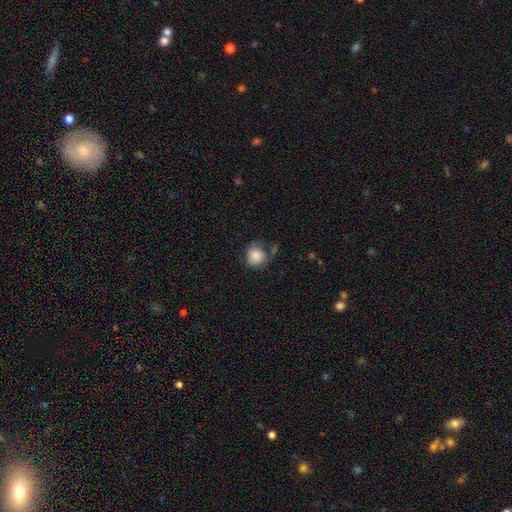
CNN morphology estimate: Q: Smooth or featured?
A: smooth (83%); runner-up: featured or disk (9%)
Q: How rounded?
A: round (80%); runner-up: in between (19%)
Q: Merging?
A: none (49%); runner-up: minor disturbance (28%)